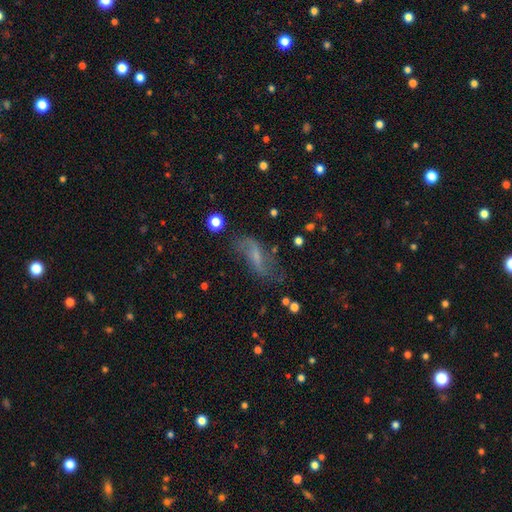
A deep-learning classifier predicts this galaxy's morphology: Smooth or featured: featured or disk — 57% (smooth — 31%)
Edge-on disk: no — 87% (yes — 13%)
Merging: none — 55% (minor disturbance — 23%)